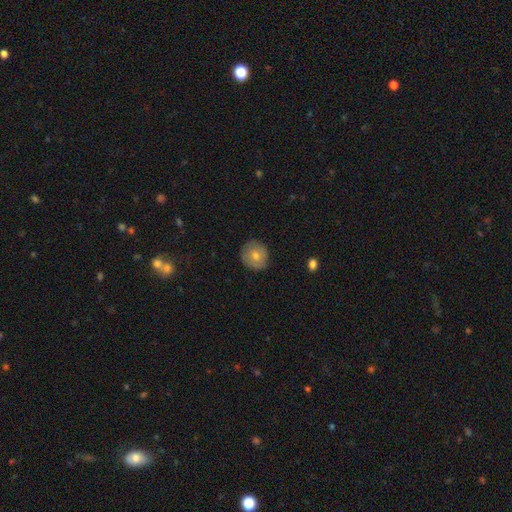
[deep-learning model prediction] Smooth or featured? smooth (65%)
How rounded? round (90%)
Merging? none (86%)